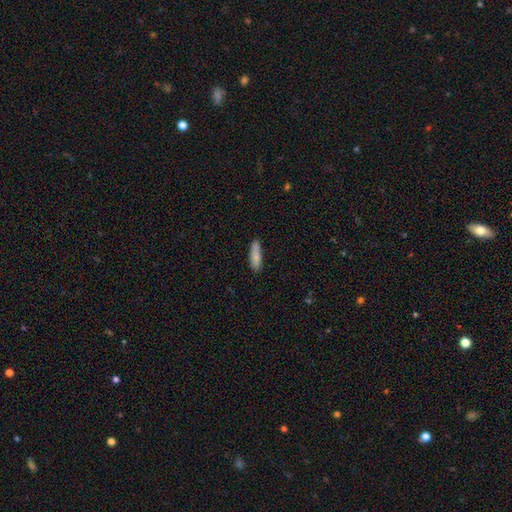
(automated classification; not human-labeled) Morphology: type=smooth (81%); roundness=cigar-shaped (58%); merging=none (80%).